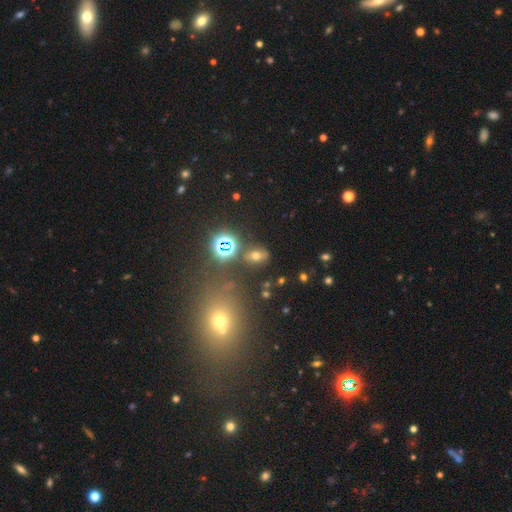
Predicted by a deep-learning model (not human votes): smooth-or-featured: smooth: 51% | star or artifact: 33% | featured or disk: 16%
  how-rounded: in between: 75% | round: 20% | cigar-shaped: 4%
  merging: none: 80% | minor disturbance: 11% | merger: 5% | major disturbance: 4%